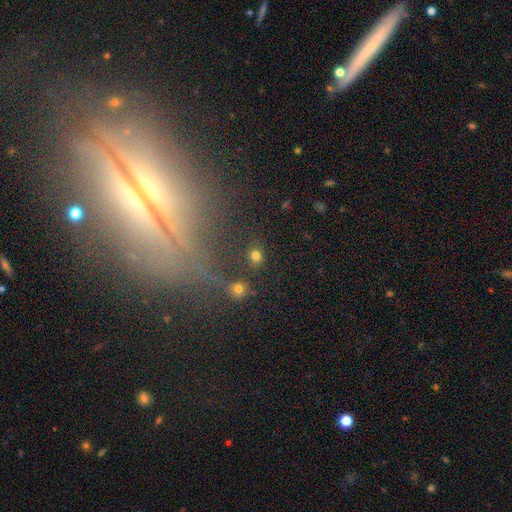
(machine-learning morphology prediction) Smooth or featured: smooth — 78% (star or artifact — 17%)
How rounded: round — 82% (in between — 16%)
Merging: none — 84% (minor disturbance — 8%)